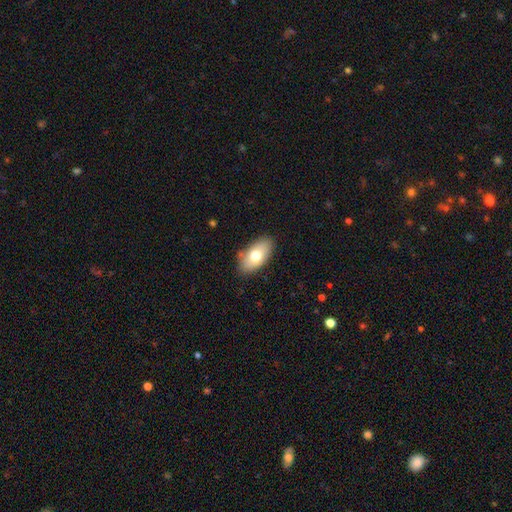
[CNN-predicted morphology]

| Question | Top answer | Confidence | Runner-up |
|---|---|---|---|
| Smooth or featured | smooth | 72% | featured or disk (21%) |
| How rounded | in between | 92% | cigar-shaped (4%) |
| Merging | none | 84% | minor disturbance (12%) |